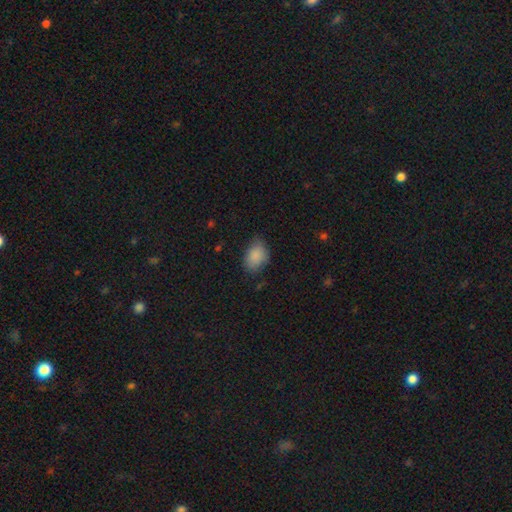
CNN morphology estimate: Smooth or featured? Predicted: smooth (p=0.87). How rounded? Predicted: in between (p=0.79). Merging? Predicted: none (p=0.67).